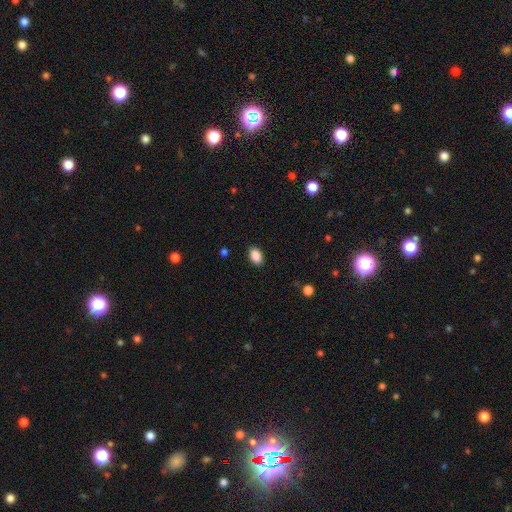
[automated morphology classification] smooth 89%, star or artifact 8%, featured or disk 3%. Down the decision tree: how rounded — in between (86%); merging — none (88%).